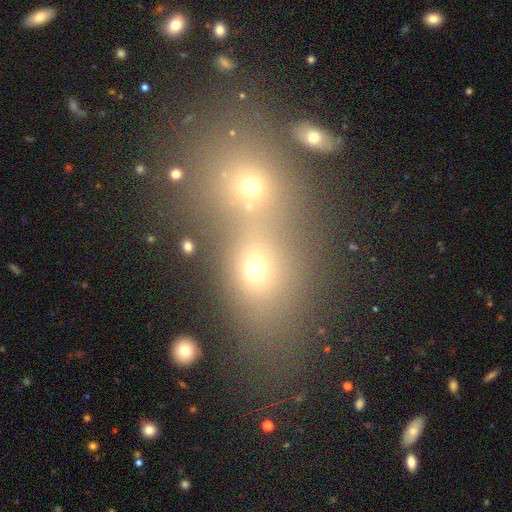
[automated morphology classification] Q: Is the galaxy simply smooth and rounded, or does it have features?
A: smooth — 45%.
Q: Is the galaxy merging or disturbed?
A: merger — 60%.